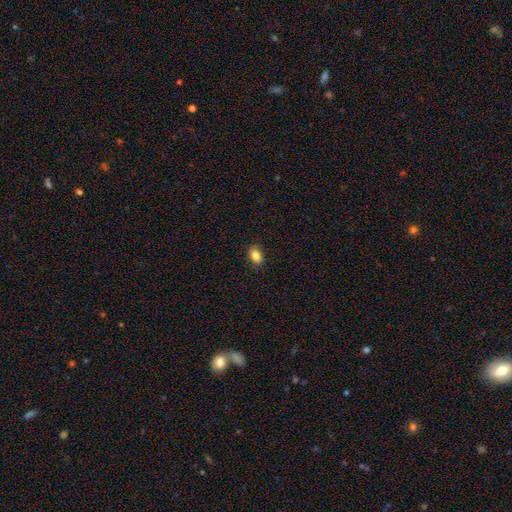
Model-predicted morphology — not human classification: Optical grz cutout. It shows a smooth galaxy with no disk features (85%) that is in between round and cigar-shaped (74%). Merging: none (88%).